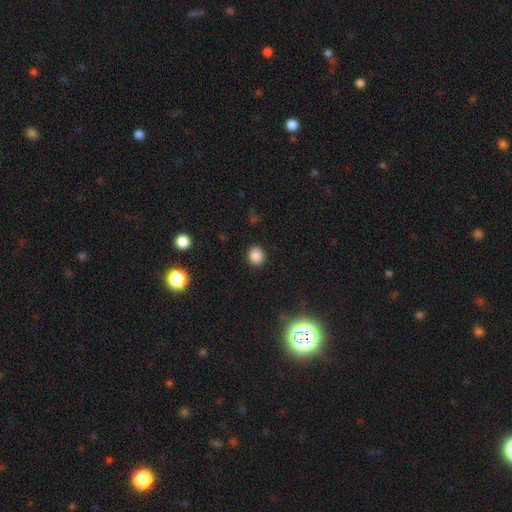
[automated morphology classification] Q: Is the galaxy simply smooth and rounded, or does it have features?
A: smooth — 86%.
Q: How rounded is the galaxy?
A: round — 78%.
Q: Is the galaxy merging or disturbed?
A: none — 90%.